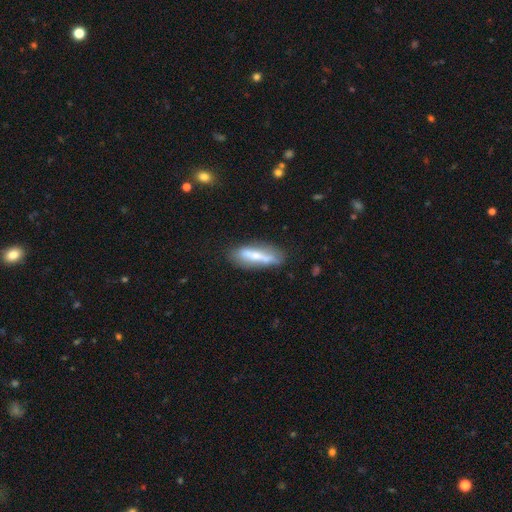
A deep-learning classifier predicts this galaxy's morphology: Overall: smooth (52%; featured or disk 41%). How rounded: cigar-shaped (58%; in between 39%). Merging: none (68%).